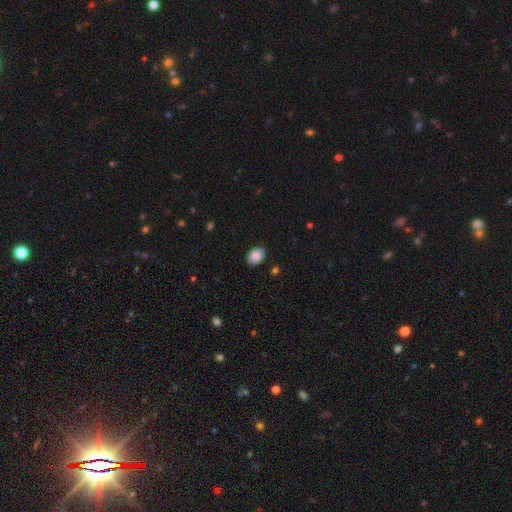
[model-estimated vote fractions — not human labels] smooth 81%, featured or disk 11%, star or artifact 8%. Down the decision tree: how rounded — in between (70%); merging — none (89%).